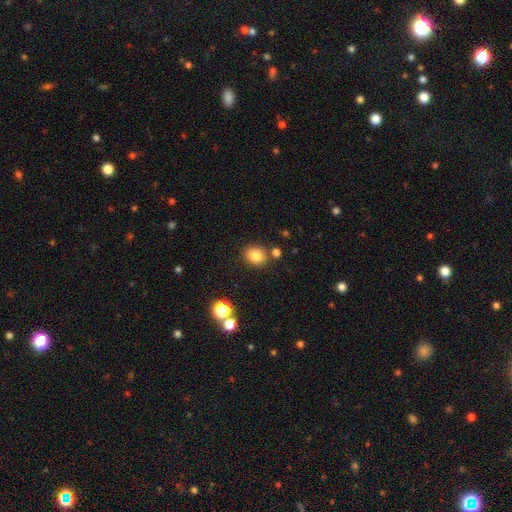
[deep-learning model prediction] The model was most divided on "how rounded": round: 62%, in between: 38%, cigar-shaped: 1%. More confident: smooth or featured — smooth (81%); merging — none (81%).